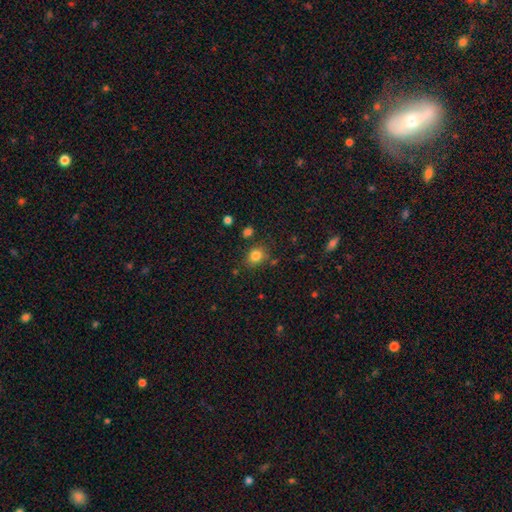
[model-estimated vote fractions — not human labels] smooth_or_featured: smooth (p=0.81) [alt: star or artifact p=0.12]
how_rounded: round (p=0.56) [alt: in between p=0.43]
merging: none (p=0.76) [alt: minor disturbance p=0.14]